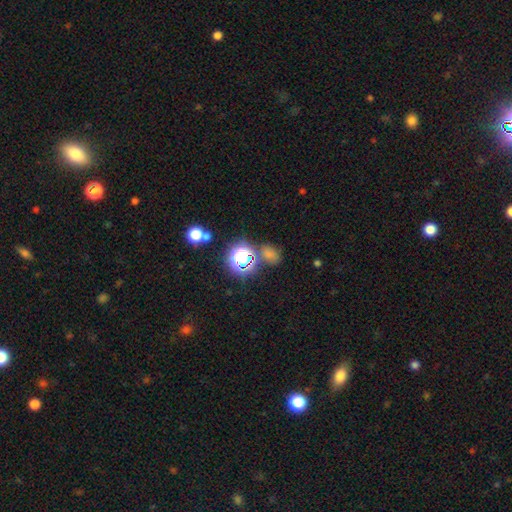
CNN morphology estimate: This appears to be a star or artifact, not a galaxy (59%).